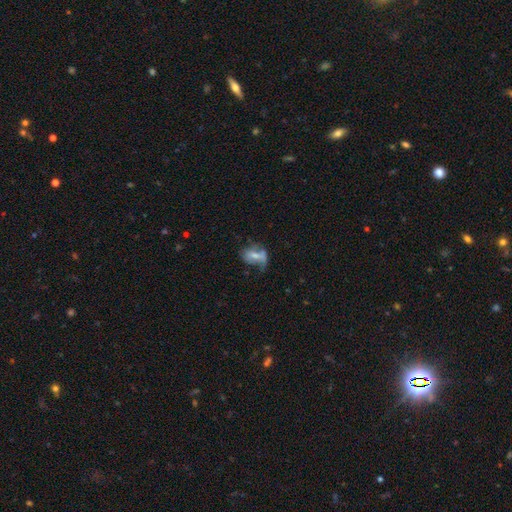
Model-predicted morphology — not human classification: A smooth galaxy with no disk features (45%). Merging: none (33%).